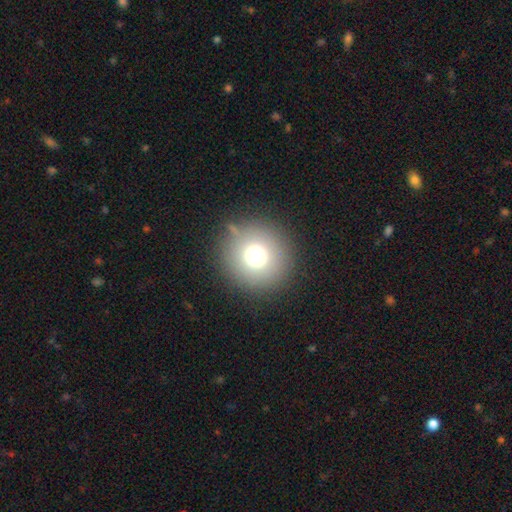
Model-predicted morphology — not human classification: smooth 75%, star or artifact 14%, featured or disk 11%. Down the decision tree: how rounded — round (95%); merging — none (87%).